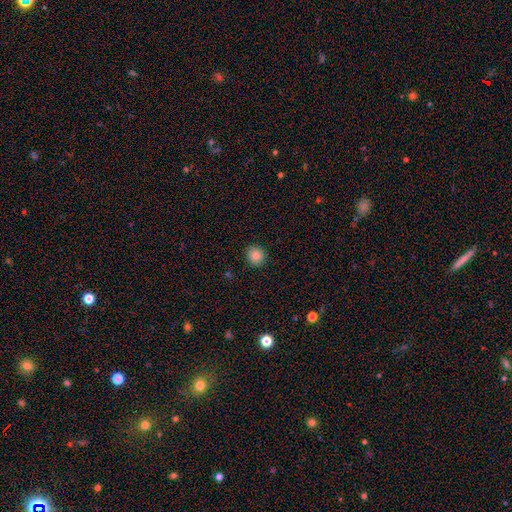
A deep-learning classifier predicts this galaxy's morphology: Smooth or featured?
  - smooth: 85% *
  - star or artifact: 10%
  - featured or disk: 5%
How rounded?
  - round: 90% *
  - in between: 9%
  - cigar-shaped: 1%
Merging?
  - none: 90% *
  - minor disturbance: 7%
  - major disturbance: 2%
  - merger: 1%